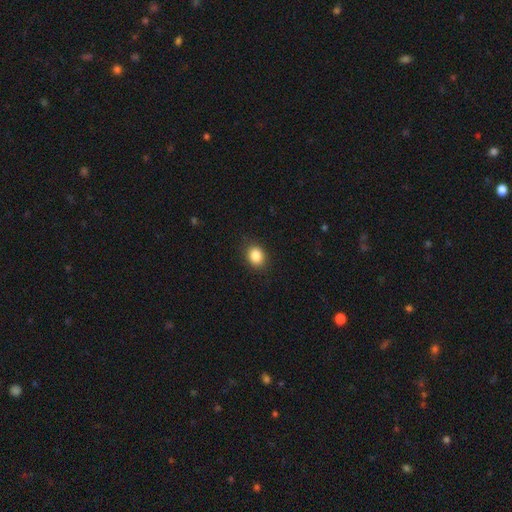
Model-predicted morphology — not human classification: A smooth galaxy with no disk features (86%) that is in between round and cigar-shaped (54%).

Vote fractions:
- Smooth or featured? smooth: 86% / star or artifact: 9% / featured or disk: 5%
- How rounded? in between: 54% / round: 45% / cigar-shaped: 1%
- Merging? none: 88% / minor disturbance: 9% / major disturbance: 2% / merger: 1%